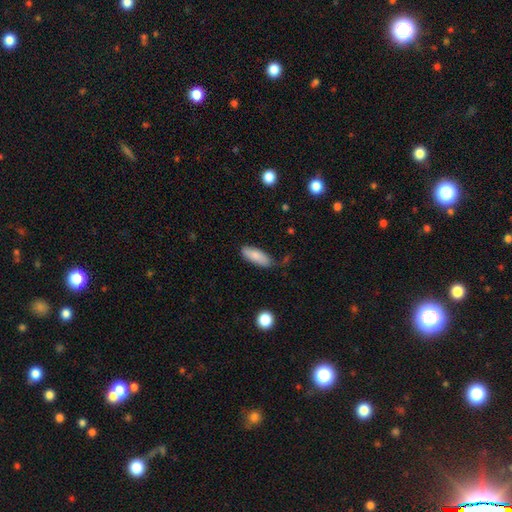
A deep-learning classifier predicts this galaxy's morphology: This is clearly a smooth galaxy (83%). How rounded: likely in between (72%). Merging: likely none (75%).